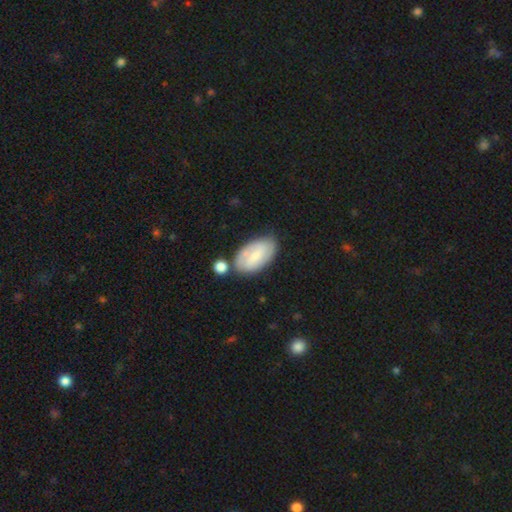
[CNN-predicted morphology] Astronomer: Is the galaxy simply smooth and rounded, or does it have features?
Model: smooth — 57% (runner-up: featured or disk, 37%).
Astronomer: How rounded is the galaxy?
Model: in between — 94%.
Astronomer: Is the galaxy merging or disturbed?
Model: none — 64%.